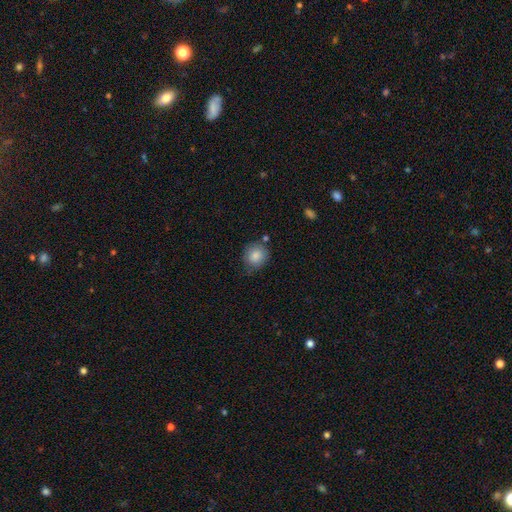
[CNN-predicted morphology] Smooth or featured? Predicted: smooth (p=0.85). How rounded? Predicted: round (p=0.83). Merging? Predicted: none (p=0.71).